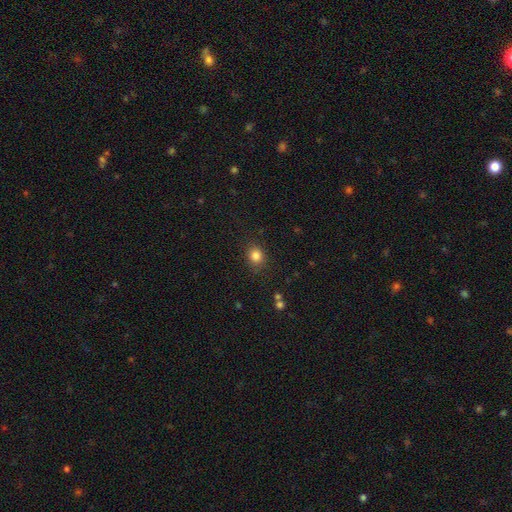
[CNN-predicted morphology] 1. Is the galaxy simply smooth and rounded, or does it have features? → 84% smooth, 11% star or artifact, 5% featured or disk.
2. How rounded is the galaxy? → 71% round, 28% in between, 1% cigar-shaped.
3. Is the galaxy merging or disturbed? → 84% none, 11% minor disturbance, 3% major disturbance, 2% merger.